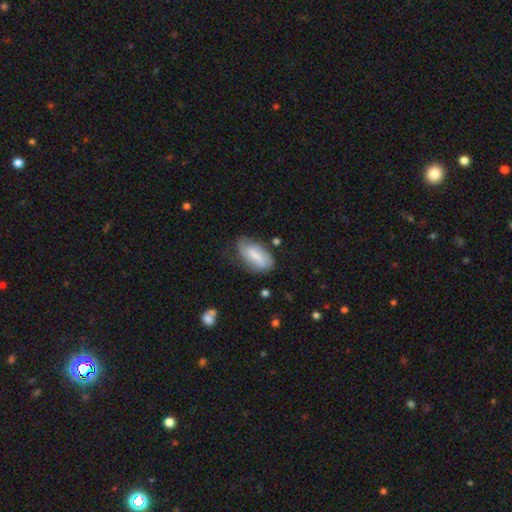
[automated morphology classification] Smooth or featured? smooth (66%)
How rounded? in between (89%)
Merging? none (59%)